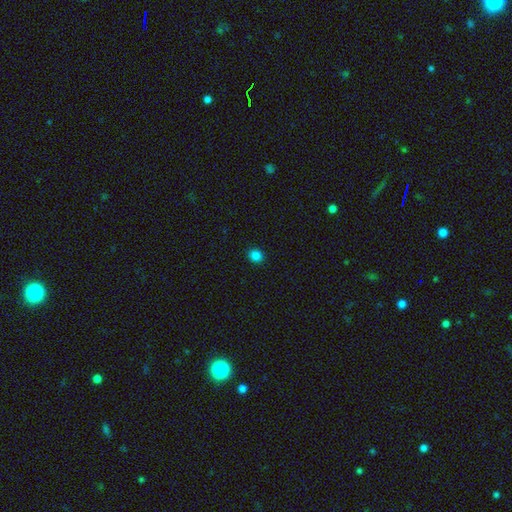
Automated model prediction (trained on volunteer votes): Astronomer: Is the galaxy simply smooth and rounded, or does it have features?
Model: smooth — 83%.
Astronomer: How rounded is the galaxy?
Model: round — 81%.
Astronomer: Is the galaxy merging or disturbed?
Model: none — 92%.